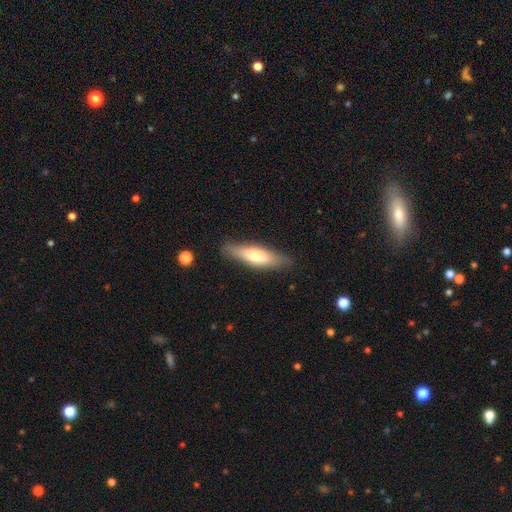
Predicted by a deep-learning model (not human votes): This is possibly a smooth galaxy (58%). How rounded: likely cigar-shaped (62%). Merging: clearly none (83%).